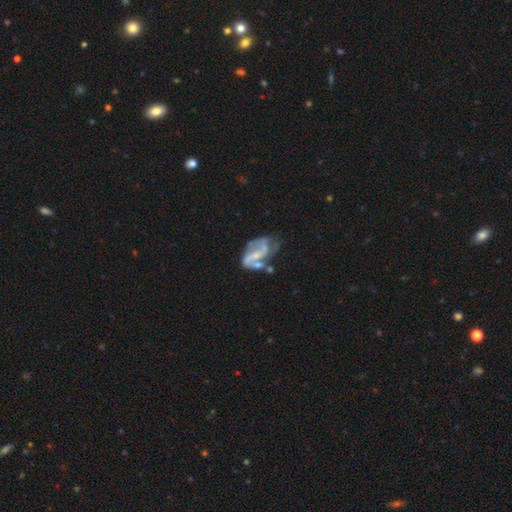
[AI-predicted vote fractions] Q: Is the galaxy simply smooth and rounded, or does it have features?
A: featured or disk — 77%.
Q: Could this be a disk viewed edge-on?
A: no — 97%.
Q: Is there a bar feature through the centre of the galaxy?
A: weak — 40%.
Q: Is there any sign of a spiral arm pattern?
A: yes — 80%.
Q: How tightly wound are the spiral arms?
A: loose — 48%.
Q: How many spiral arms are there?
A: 2 — 75%.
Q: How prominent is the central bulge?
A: small — 44%.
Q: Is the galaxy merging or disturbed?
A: none — 32%.